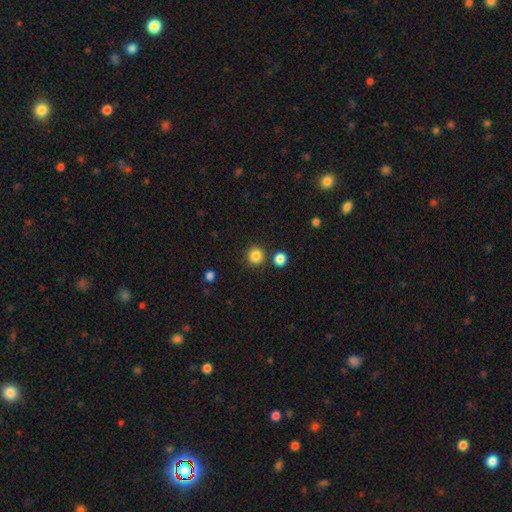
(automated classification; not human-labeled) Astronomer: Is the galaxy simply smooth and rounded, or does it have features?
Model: smooth — 85%.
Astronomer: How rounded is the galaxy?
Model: round — 94%.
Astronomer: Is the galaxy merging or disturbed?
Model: none — 85%.